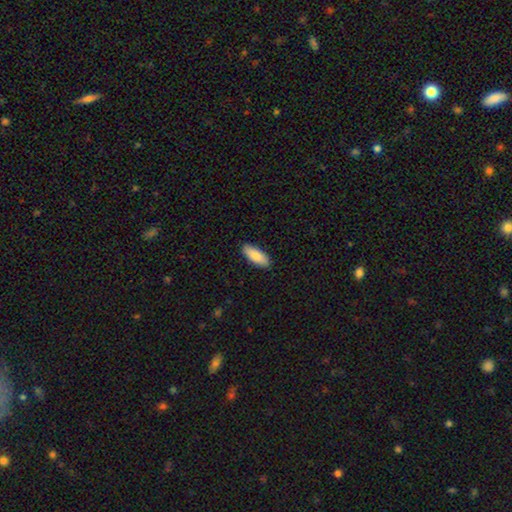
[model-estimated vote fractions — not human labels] This is clearly a smooth galaxy (86%). How rounded: likely in between (76%). Merging: clearly none (89%).